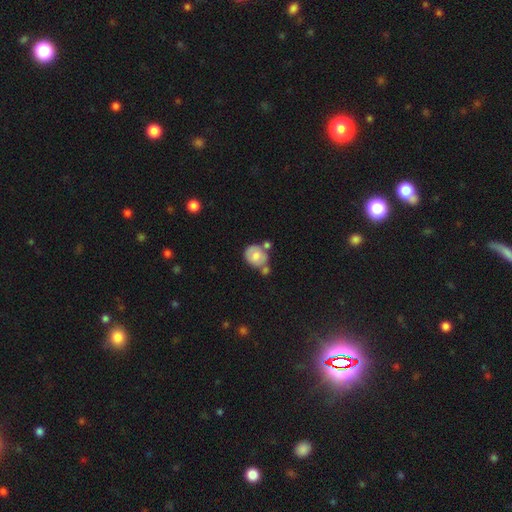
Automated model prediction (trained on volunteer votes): smooth-or-featured: smooth: 62% | featured or disk: 31% | star or artifact: 8%
  how-rounded: round: 65% | in between: 34% | cigar-shaped: 1%
  merging: none: 44% | merger: 30% | minor disturbance: 19% | major disturbance: 7%